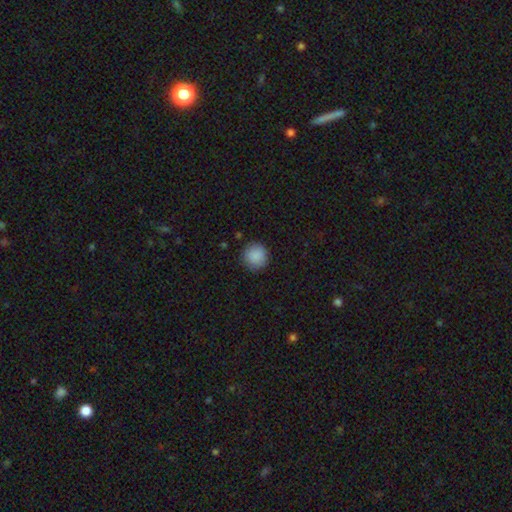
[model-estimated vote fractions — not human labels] This is clearly a smooth galaxy (89%). How rounded: clearly round (94%). Merging: clearly none (89%).